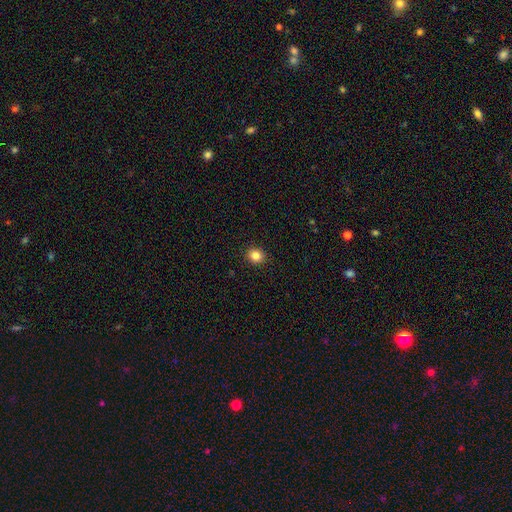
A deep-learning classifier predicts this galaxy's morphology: Smooth or featured? Predicted: smooth (p=0.84). How rounded? Predicted: round (p=0.78). Merging? Predicted: none (p=0.92).